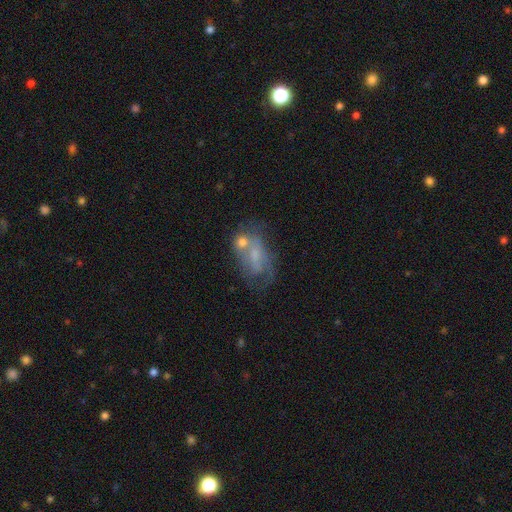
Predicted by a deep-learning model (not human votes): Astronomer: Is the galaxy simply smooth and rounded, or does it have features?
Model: featured or disk — 53% (runner-up: smooth, 37%).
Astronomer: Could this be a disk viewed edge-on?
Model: no — 96%.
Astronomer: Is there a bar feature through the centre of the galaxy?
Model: no — 62%.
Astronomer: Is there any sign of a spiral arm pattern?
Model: yes — 53% (runner-up: no, 47%).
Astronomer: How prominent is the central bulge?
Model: small — 42% (runner-up: moderate, 28%).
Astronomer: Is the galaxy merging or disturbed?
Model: merger — 35% (runner-up: none, 26%).